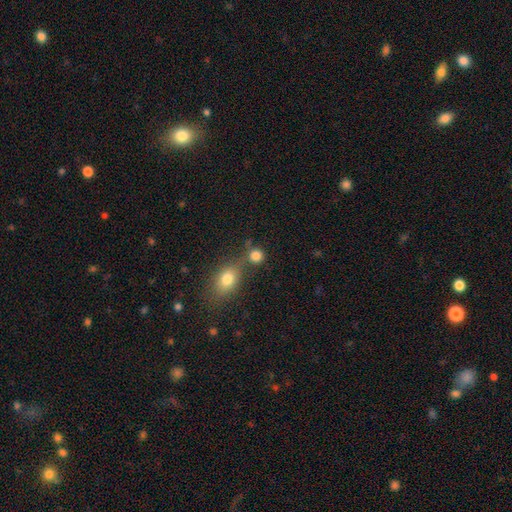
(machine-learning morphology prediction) Smooth or featured? Predicted: smooth (p=0.82). How rounded? Predicted: round (p=0.85). Merging? Predicted: none (p=0.57).